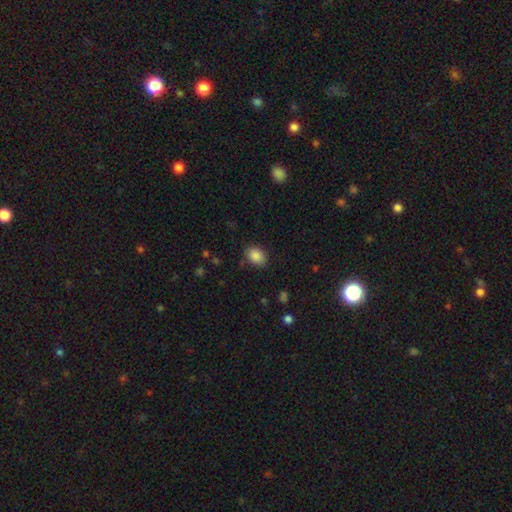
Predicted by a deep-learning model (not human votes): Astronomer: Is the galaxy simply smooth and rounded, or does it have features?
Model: smooth — 87%.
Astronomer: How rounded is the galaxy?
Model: in between — 71%.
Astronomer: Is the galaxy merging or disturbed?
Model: none — 84%.